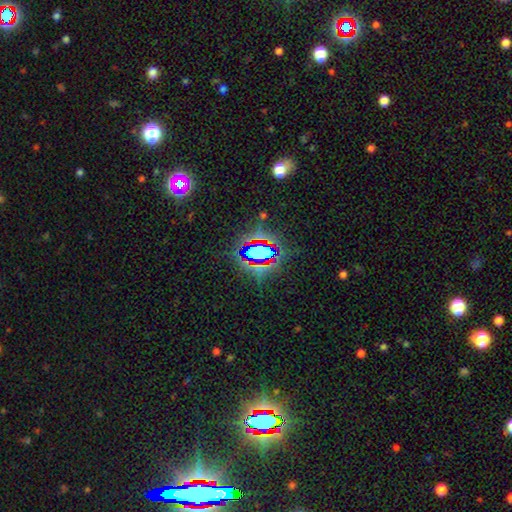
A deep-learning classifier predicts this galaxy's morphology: Smooth or featured? star or artifact (66%)